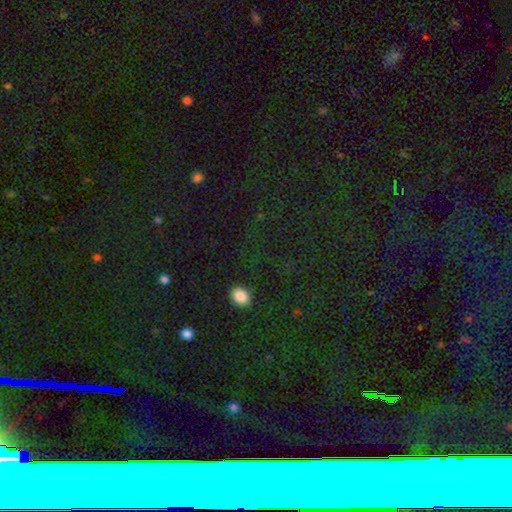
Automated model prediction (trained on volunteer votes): This appears to be a star or artifact, not a galaxy (59%).